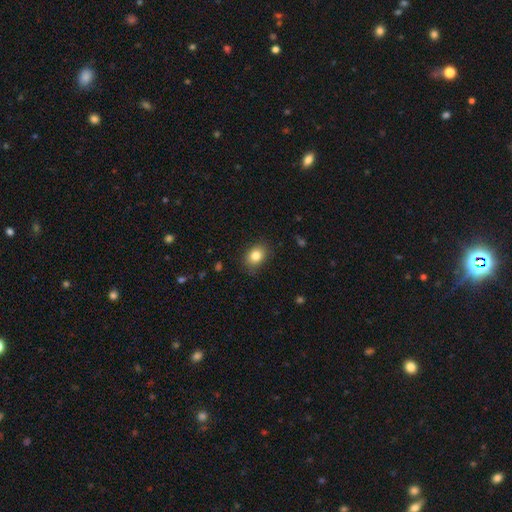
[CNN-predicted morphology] Overall: smooth (83%). How rounded: in between (67%; round 31%). Merging: none (84%).